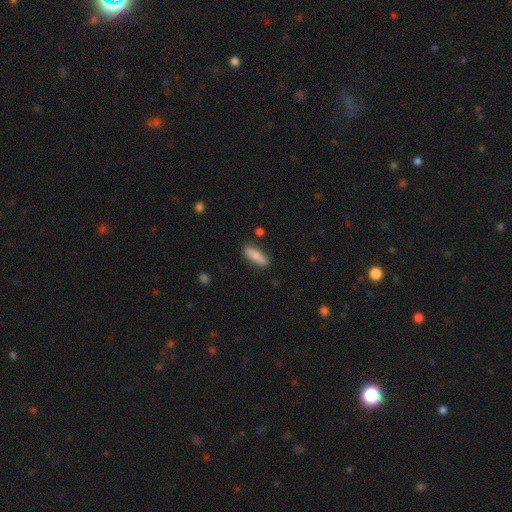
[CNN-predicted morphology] This appears to be a smooth galaxy with no disk features (81%) that is cigar-shaped (55%). Merging: none (84%).